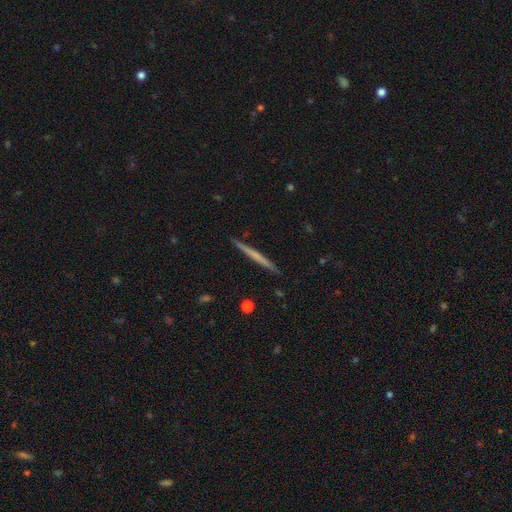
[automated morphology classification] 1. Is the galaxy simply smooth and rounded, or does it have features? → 48% smooth, 47% featured or disk, 5% star or artifact.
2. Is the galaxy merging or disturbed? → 92% none, 6% minor disturbance, 1% major disturbance, 1% merger.